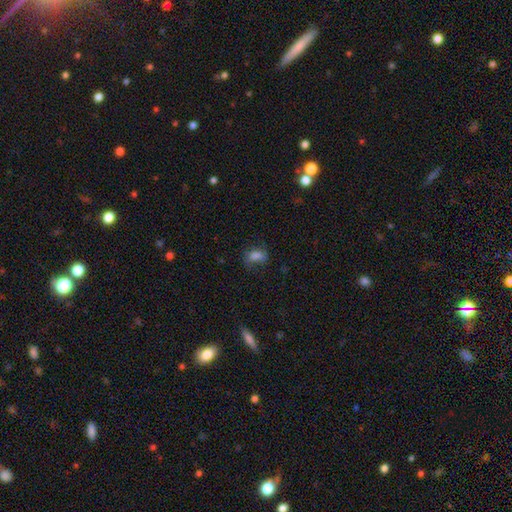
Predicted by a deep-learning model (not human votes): A smooth galaxy with no disk features (76%) that is in between round and cigar-shaped (79%).

Vote fractions:
- Smooth or featured? smooth: 76% / star or artifact: 12% / featured or disk: 12%
- How rounded? in between: 79% / round: 18% / cigar-shaped: 3%
- Merging? none: 58% / minor disturbance: 26% / major disturbance: 14% / merger: 2%